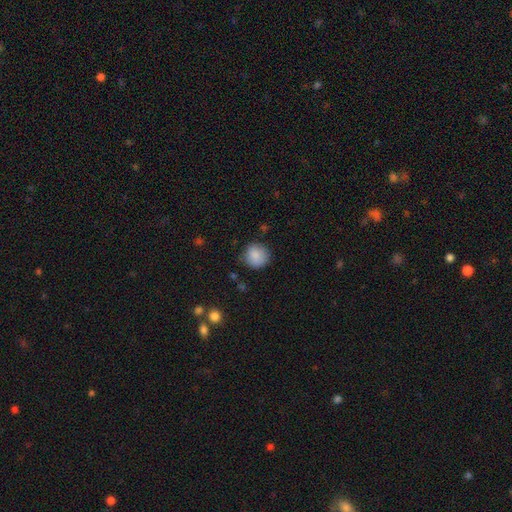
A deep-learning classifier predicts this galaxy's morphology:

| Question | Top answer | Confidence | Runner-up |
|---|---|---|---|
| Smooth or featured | smooth | 86% | star or artifact (8%) |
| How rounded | round | 88% | in between (11%) |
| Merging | none | 79% | minor disturbance (16%) |